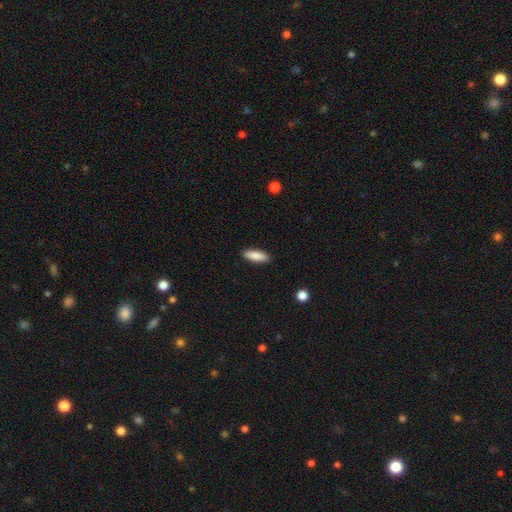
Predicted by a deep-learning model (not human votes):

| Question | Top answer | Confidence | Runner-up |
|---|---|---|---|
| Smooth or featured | smooth | 87% | featured or disk (7%) |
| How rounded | in between | 59% | cigar-shaped (39%) |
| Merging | none | 90% | minor disturbance (7%) |